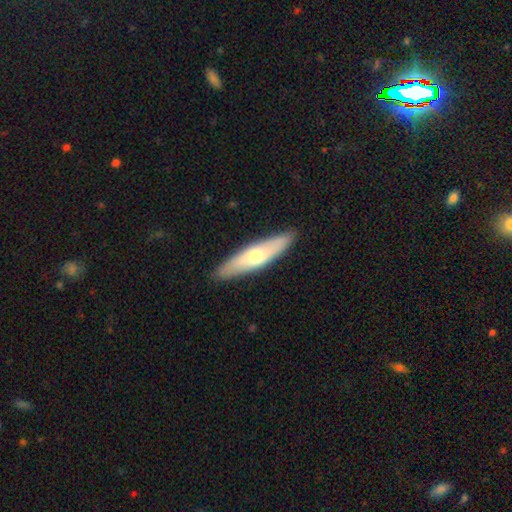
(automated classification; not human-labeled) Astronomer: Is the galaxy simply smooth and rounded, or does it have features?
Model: smooth — 52% (runner-up: featured or disk, 43%).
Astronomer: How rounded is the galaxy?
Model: cigar-shaped — 72%.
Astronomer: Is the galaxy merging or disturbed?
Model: none — 88%.